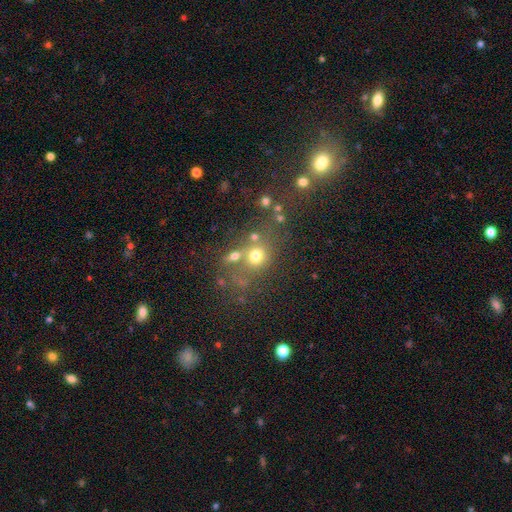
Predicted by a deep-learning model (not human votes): Overall: smooth (66%). How rounded: round (69%). Merging: none (51%; merger 26%).